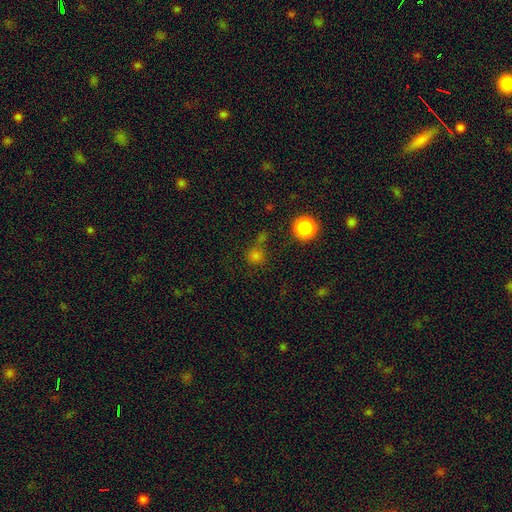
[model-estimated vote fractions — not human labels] A smooth galaxy with no disk features (68%) that is round (90%). Merging: none (63%).